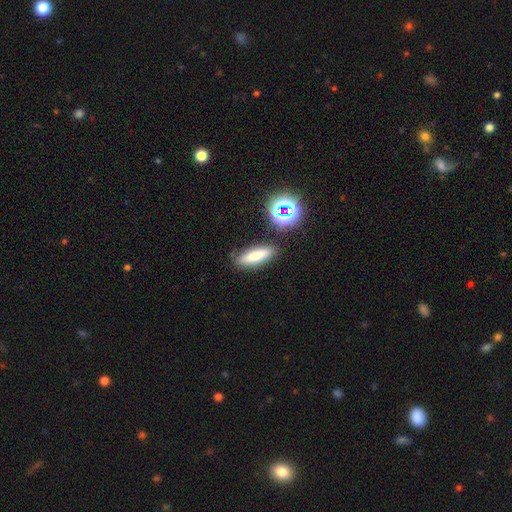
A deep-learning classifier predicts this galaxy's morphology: Q: Smooth or featured?
A: smooth (74%); runner-up: featured or disk (14%)
Q: How rounded?
A: cigar-shaped (53%); runner-up: in between (43%)
Q: Merging?
A: none (81%); runner-up: minor disturbance (11%)